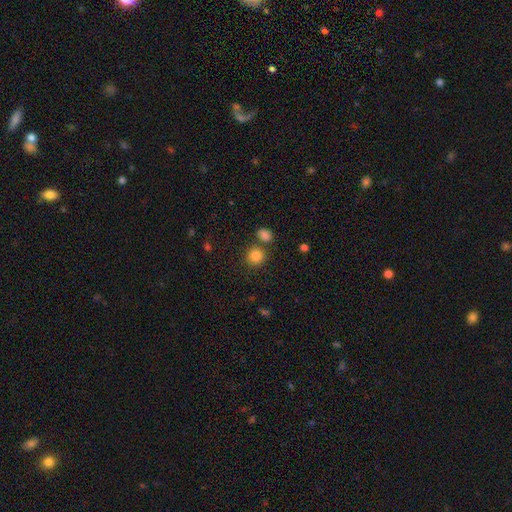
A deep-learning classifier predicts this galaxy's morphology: Smooth or featured?
  - smooth: 84% *
  - star or artifact: 11%
  - featured or disk: 5%
How rounded?
  - round: 87% *
  - in between: 12%
  - cigar-shaped: 1%
Merging?
  - none: 72% *
  - merger: 16%
  - minor disturbance: 9%
  - major disturbance: 3%